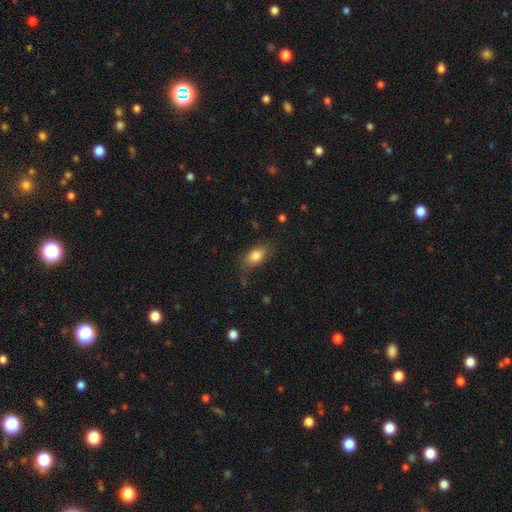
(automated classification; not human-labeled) Smooth or featured: smooth — 82% (featured or disk — 10%)
How rounded: in between — 86% (round — 11%)
Merging: none — 72% (minor disturbance — 20%)